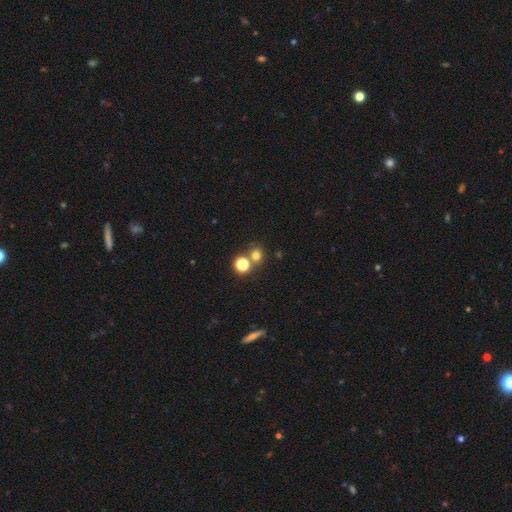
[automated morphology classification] smooth 71%, star or artifact 21%, featured or disk 7%. Down the decision tree: how rounded — round (83%); merging — none (65%).